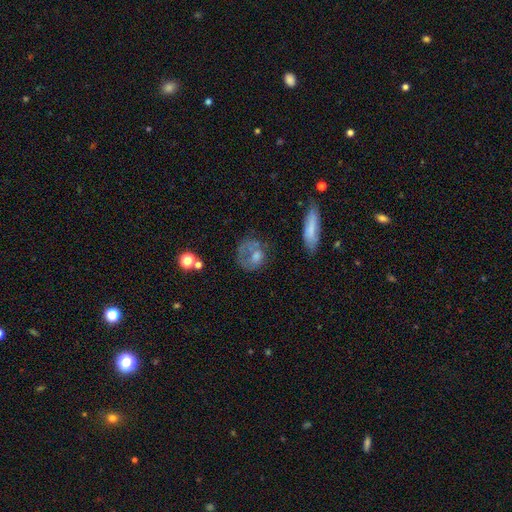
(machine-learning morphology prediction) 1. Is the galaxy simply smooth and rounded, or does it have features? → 49% smooth, 38% featured or disk, 13% star or artifact.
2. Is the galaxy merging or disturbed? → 46% none, 27% major disturbance, 21% minor disturbance, 6% merger.